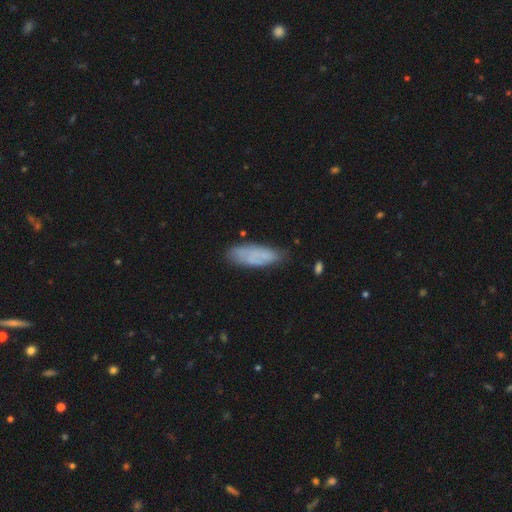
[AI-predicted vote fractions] Morphology: type=smooth (64%); roundness=in between (60%); merging=none (67%).